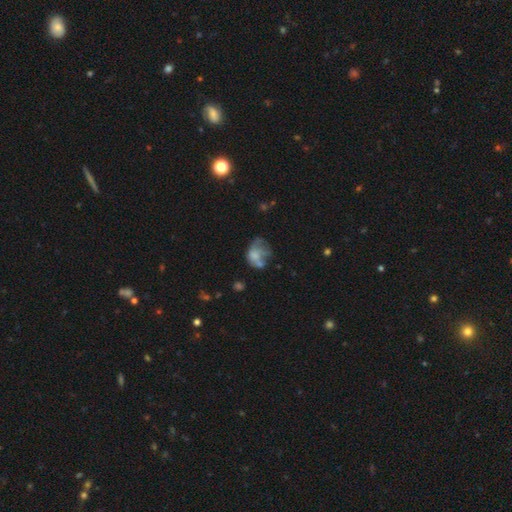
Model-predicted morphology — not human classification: smooth_or_featured: smooth (p=0.54) [alt: featured or disk p=0.34]
how_rounded: in between (p=0.58) [alt: round p=0.41]
merging: major disturbance (p=0.31) [alt: none p=0.29]